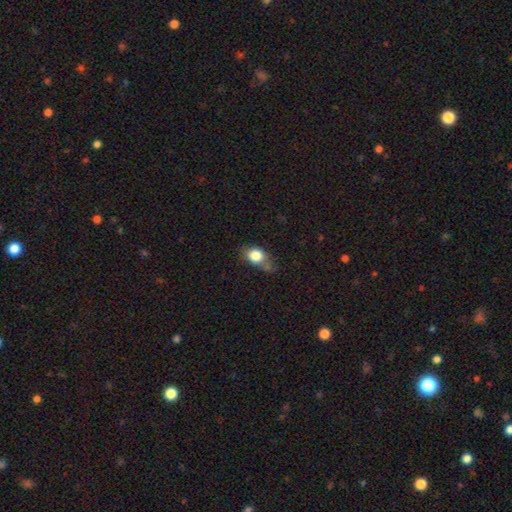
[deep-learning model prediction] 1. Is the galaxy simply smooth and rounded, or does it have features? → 81% smooth, 11% featured or disk, 9% star or artifact.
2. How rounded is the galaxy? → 61% in between, 36% round, 2% cigar-shaped.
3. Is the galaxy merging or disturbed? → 44% none, 35% minor disturbance, 14% major disturbance, 7% merger.